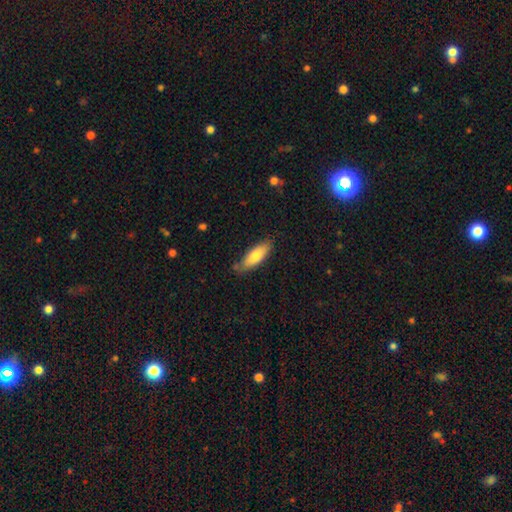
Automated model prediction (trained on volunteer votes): Q: Smooth or featured?
A: smooth (76%); runner-up: featured or disk (18%)
Q: How rounded?
A: in between (60%); runner-up: cigar-shaped (38%)
Q: Merging?
A: none (76%); runner-up: minor disturbance (18%)